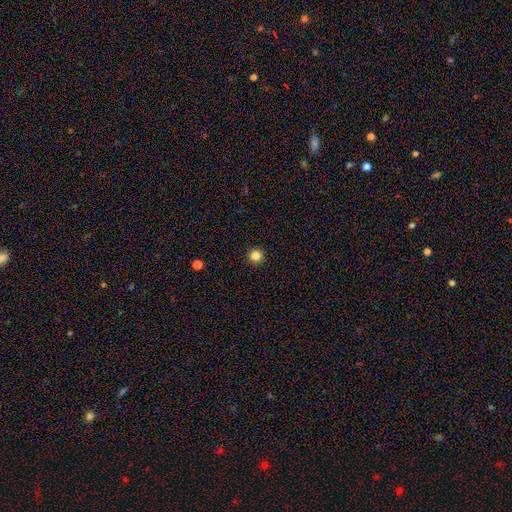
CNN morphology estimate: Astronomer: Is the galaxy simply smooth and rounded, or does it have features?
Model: smooth — 84%.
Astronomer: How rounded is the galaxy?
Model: round — 95%.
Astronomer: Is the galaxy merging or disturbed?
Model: none — 94%.